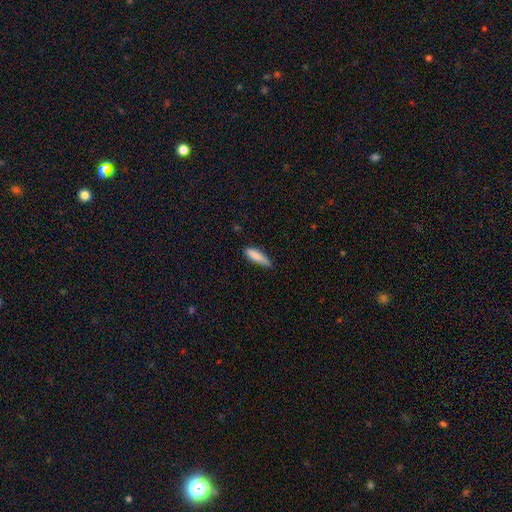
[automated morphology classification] smooth_or_featured: smooth (p=0.84) [alt: featured or disk p=0.09]
how_rounded: cigar-shaped (p=0.71) [alt: in between p=0.28]
merging: none (p=0.62) [alt: minor disturbance p=0.31]